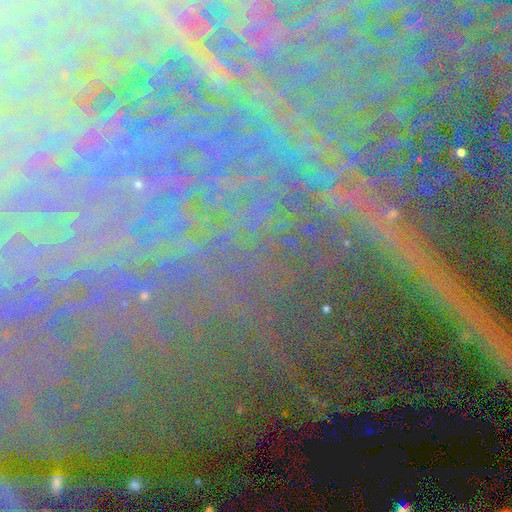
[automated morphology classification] Smooth or featured? Predicted: star or artifact (p=0.72).